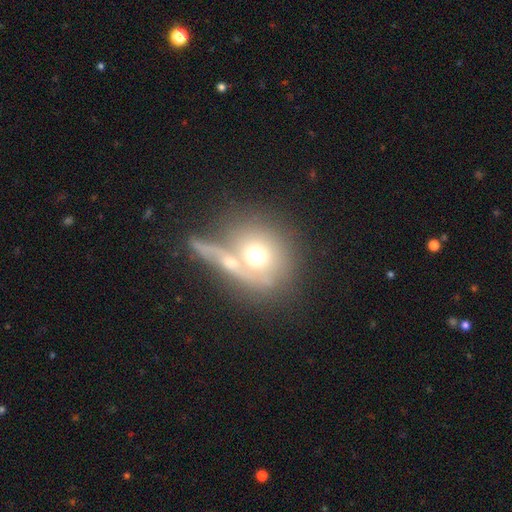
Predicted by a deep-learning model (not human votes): Smooth or featured? smooth (58%)
How rounded? round (77%)
Merging? merger (43%)